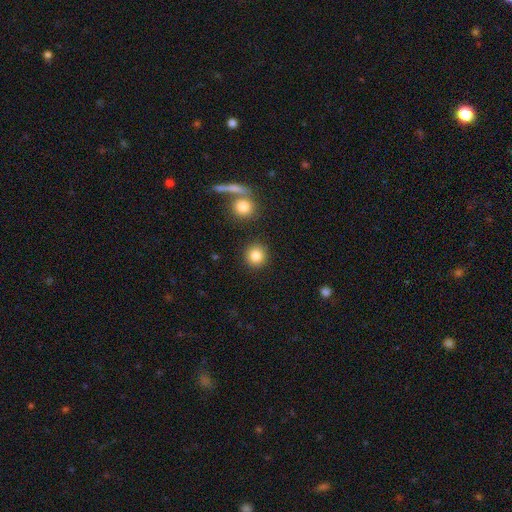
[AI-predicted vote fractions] Smooth or featured: smooth — 84% (star or artifact — 10%)
How rounded: round — 92% (in between — 7%)
Merging: none — 87% (minor disturbance — 6%)